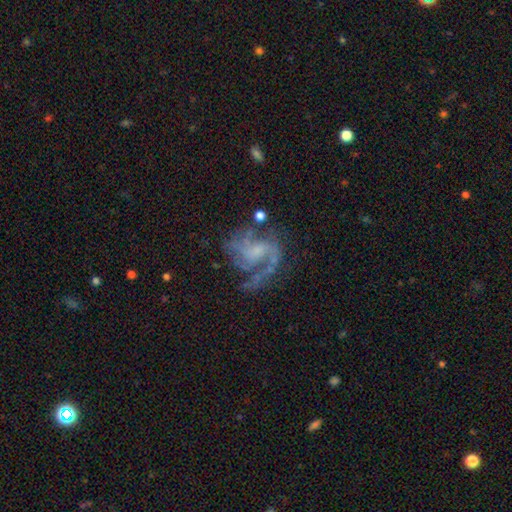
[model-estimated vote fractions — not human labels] This appears to be a featured or disk galaxy (79%) with no bar (45%), 2 (53%) medium (50%) spiral arms (94%) and a small central bulge (49%). Merging: none (55%).